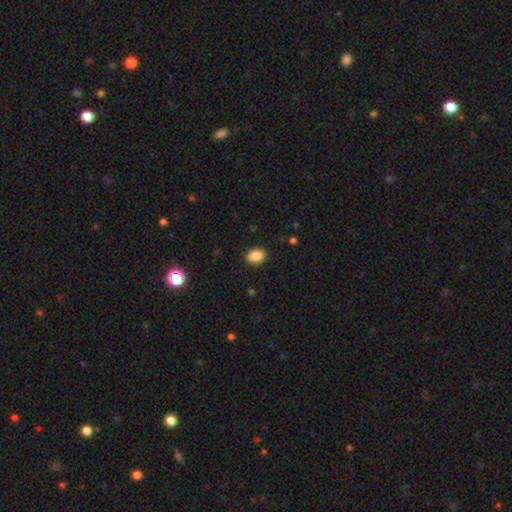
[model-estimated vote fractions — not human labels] Q: Smooth or featured?
A: smooth (88%); runner-up: star or artifact (8%)
Q: How rounded?
A: in between (72%); runner-up: round (27%)
Q: Merging?
A: none (89%); runner-up: minor disturbance (8%)